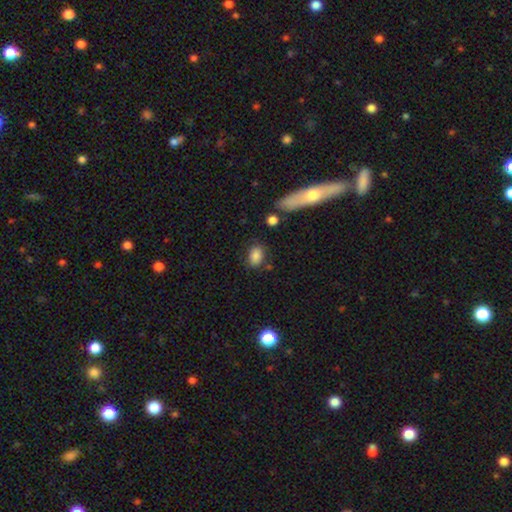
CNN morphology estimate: The model was most divided on "merging": none: 76%, minor disturbance: 15%, merger: 5%, major disturbance: 4%. More confident: smooth or featured — smooth (85%); how rounded — in between (82%).